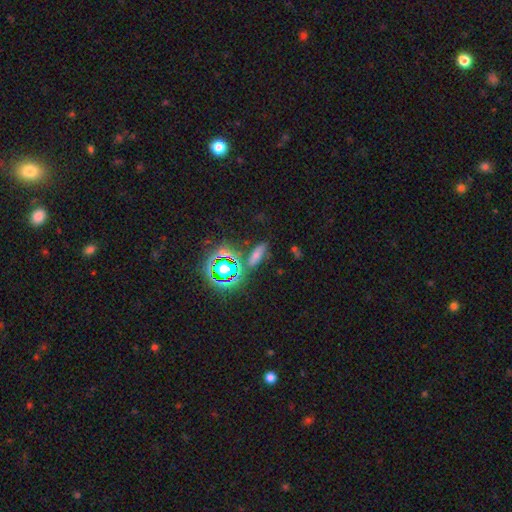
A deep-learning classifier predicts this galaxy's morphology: A smooth galaxy with no disk features (54%) that is in between round and cigar-shaped (53%). Merging: none (71%).